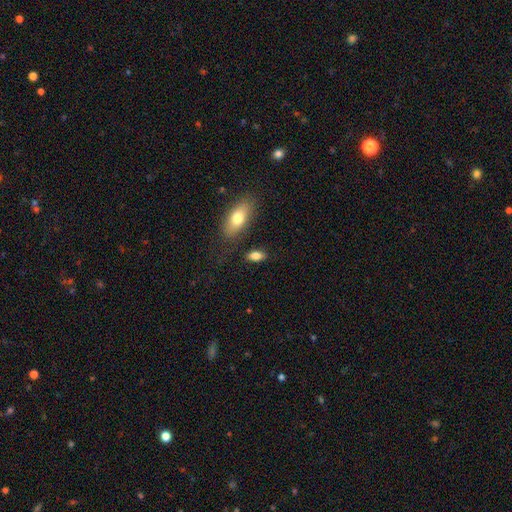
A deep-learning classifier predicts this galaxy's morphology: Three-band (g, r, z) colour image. It shows a smooth galaxy with no disk features (82%) that is in between round and cigar-shaped (86%). Merging: none (78%).